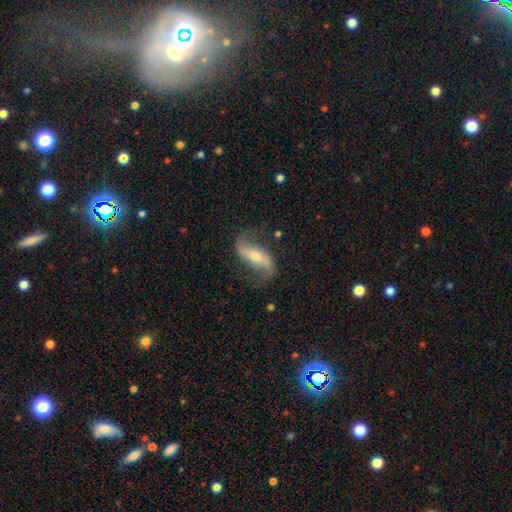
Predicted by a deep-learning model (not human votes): smooth_or_featured: featured or disk (p=0.86) [alt: smooth p=0.08]
disk_edge_on: no (p=0.93) [alt: yes p=0.07]
bar: strong (p=0.46) [alt: weak p=0.28]
has_spiral_arms: yes (p=0.95) [alt: no p=0.05]
spiral_winding: loose (p=0.71) [alt: medium p=0.22]
spiral_arm_count: 2 (p=0.93) [alt: can't tell p=0.02]
bulge_size: small (p=0.55) [alt: moderate p=0.40]
merging: none (p=0.77) [alt: minor disturbance p=0.14]